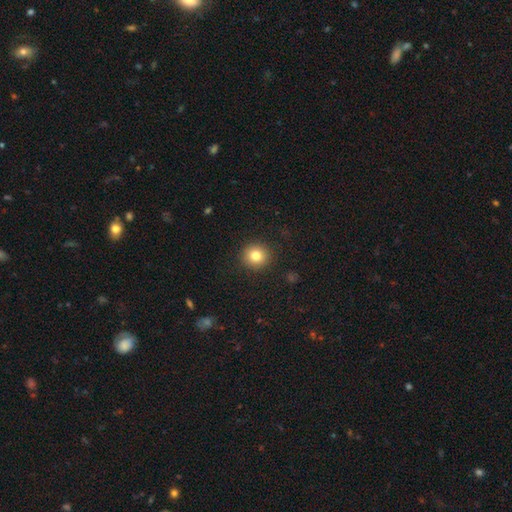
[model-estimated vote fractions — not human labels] This is clearly a smooth galaxy (82%). How rounded: clearly round (91%). Merging: clearly none (91%).